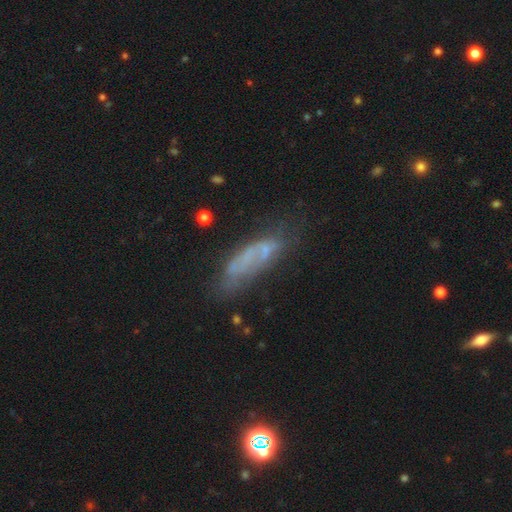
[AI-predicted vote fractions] The model was most divided on "smooth or featured" (2-way tie): featured or disk: 41%, smooth: 41%, star or artifact: 17%. Remaining: merging — none (46%).